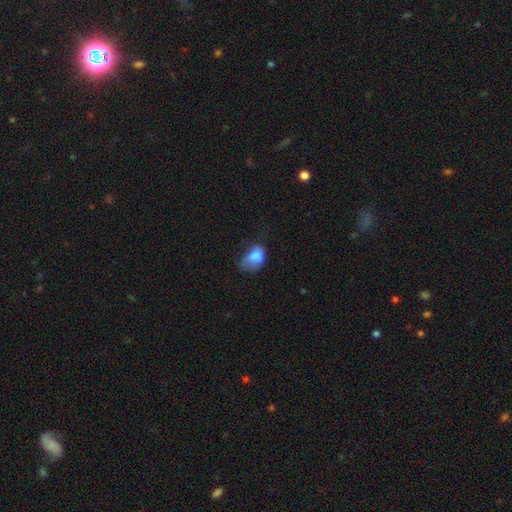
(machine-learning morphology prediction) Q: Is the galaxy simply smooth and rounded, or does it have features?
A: smooth — 77%.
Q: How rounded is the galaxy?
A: in between — 79%.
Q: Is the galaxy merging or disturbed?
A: minor disturbance — 38%.